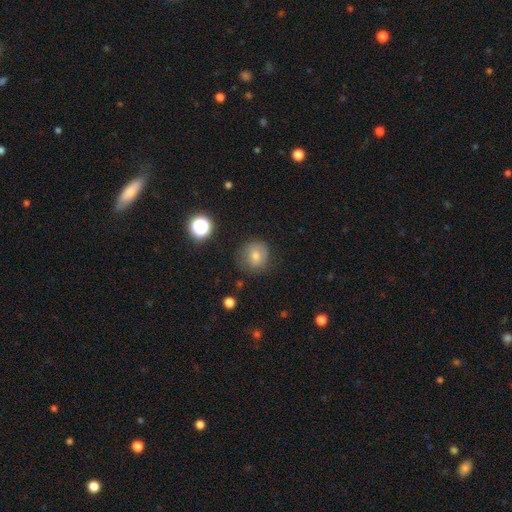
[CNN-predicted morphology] This is likely a smooth galaxy (74%). How rounded: clearly round (84%). Merging: likely none (72%).